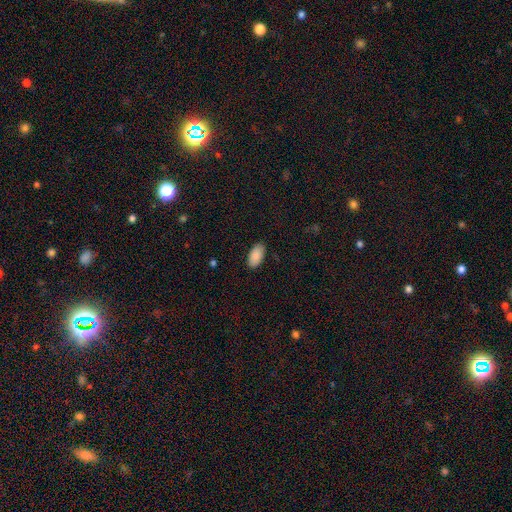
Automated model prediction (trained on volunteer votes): Smooth or featured? Predicted: smooth (p=0.90). How rounded? Predicted: in between (p=0.96). Merging? Predicted: none (p=0.88).